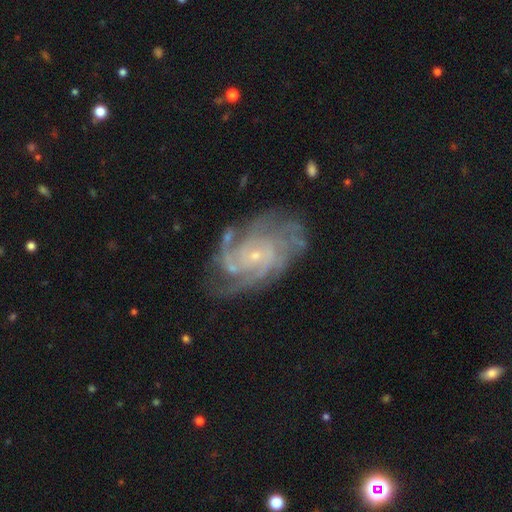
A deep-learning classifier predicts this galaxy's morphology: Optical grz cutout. It shows a featured or disk galaxy (89%) with no bar (70%), 4 (27%) tight (62%) spiral arms (97%) and a small central bulge (83%). Merging: none (70%).